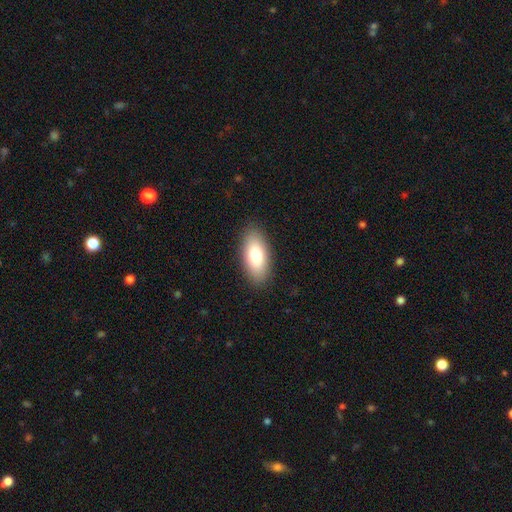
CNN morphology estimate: Smooth or featured?
  - smooth: 78% *
  - featured or disk: 15%
  - star or artifact: 7%
How rounded?
  - in between: 89% *
  - cigar-shaped: 8%
  - round: 3%
Merging?
  - none: 89% *
  - minor disturbance: 8%
  - major disturbance: 2%
  - merger: 1%